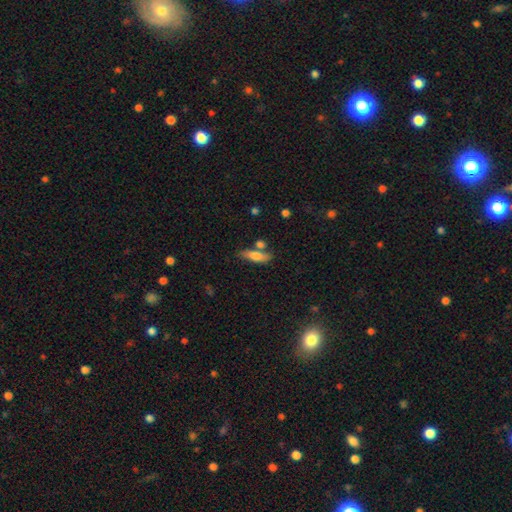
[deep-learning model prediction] A smooth galaxy with no disk features (72%) that is cigar-shaped (50%). Merging: none (61%).